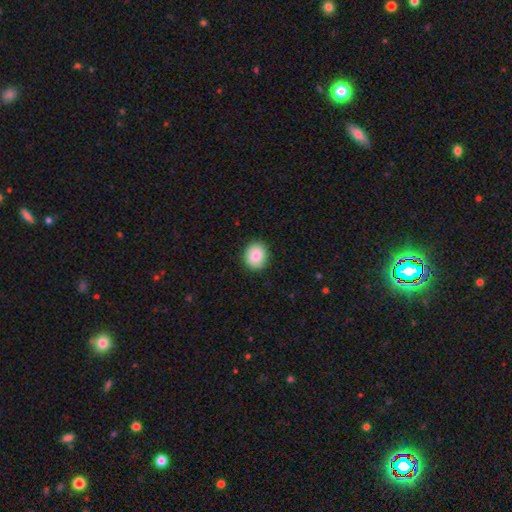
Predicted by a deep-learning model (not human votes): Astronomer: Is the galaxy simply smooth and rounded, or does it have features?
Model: smooth — 84%.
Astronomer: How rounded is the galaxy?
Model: round — 70%.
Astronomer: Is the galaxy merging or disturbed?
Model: none — 88%.